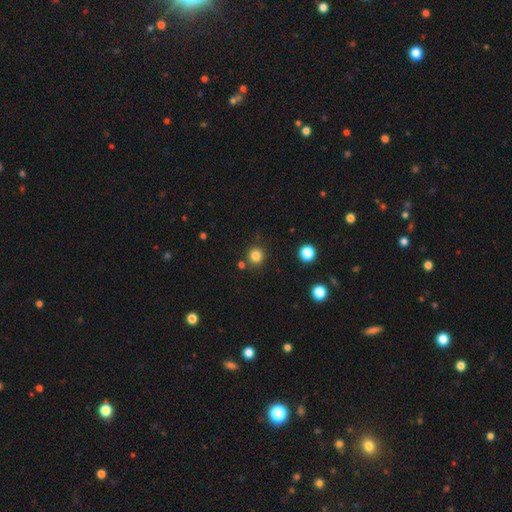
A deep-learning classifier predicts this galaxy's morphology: This appears to be a smooth galaxy with no disk features (83%) that is round (92%). Merging: none (85%).